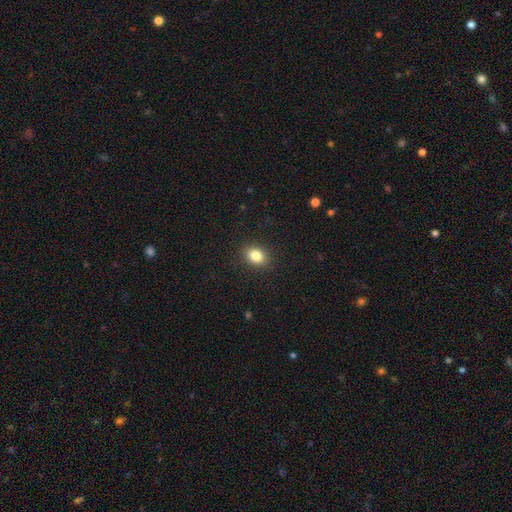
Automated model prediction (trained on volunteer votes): The model was most divided on "how rounded": in between: 67%, round: 32%, cigar-shaped: 1%. More confident: merging — none (89%); smooth or featured — smooth (84%).